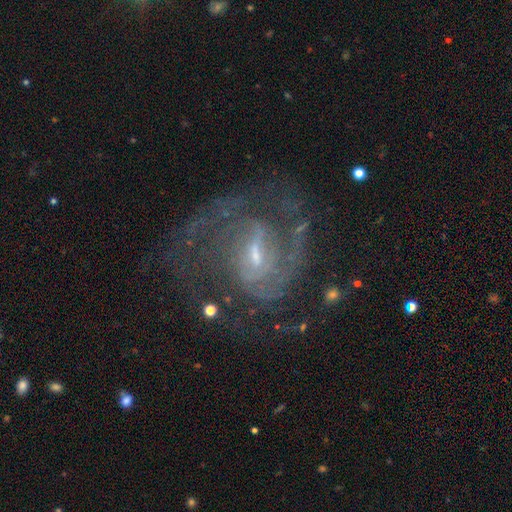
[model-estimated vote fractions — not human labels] This is clearly a featured or disk galaxy (87%). It is clearly not viewed edge-on (97%). Bar: possibly weak (55%). Spiral arm pattern: clearly yes (92%). Spiral arm count: possibly 2 (48%). Spiral winding: possibly medium (48%). Central bulge: likely small (61%). Merging: possibly none (51%).